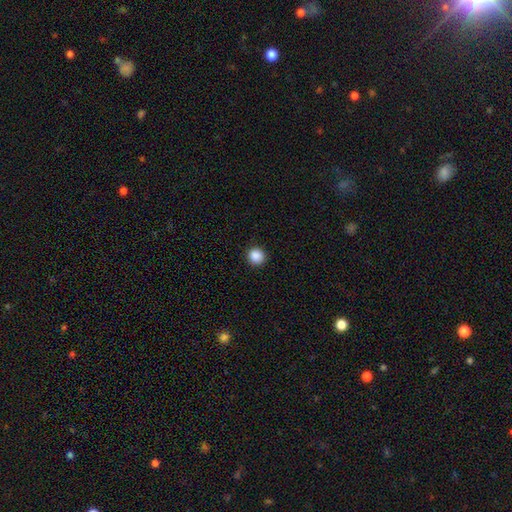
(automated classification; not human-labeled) Smooth or featured: smooth — 88% (star or artifact — 10%)
How rounded: round — 93% (in between — 6%)
Merging: none — 92% (minor disturbance — 5%)